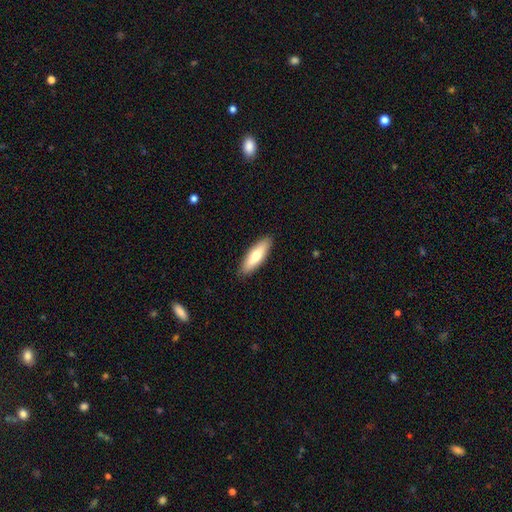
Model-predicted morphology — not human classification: Smooth or featured? smooth (68%)
How rounded? in between (49%, tied with cigar-shaped)
Merging? none (89%)